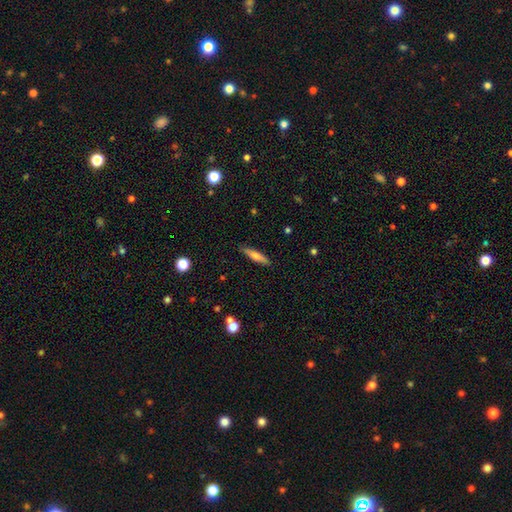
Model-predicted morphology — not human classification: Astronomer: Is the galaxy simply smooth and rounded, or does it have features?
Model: smooth — 64%.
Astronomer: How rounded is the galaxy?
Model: cigar-shaped — 84%.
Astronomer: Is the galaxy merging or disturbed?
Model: none — 88%.